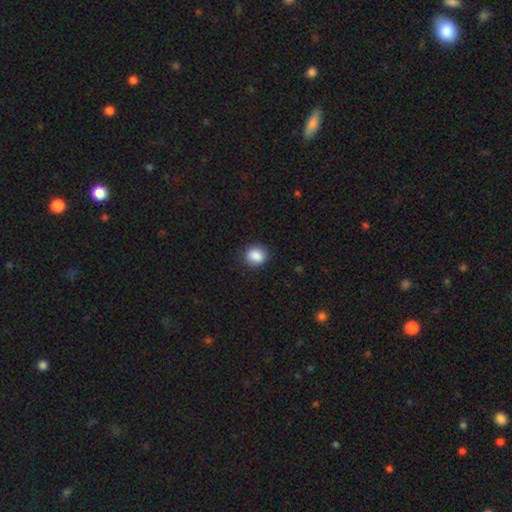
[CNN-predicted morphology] Smooth or featured? Predicted: smooth (p=0.88). How rounded? Predicted: round (p=0.76). Merging? Predicted: none (p=0.87).